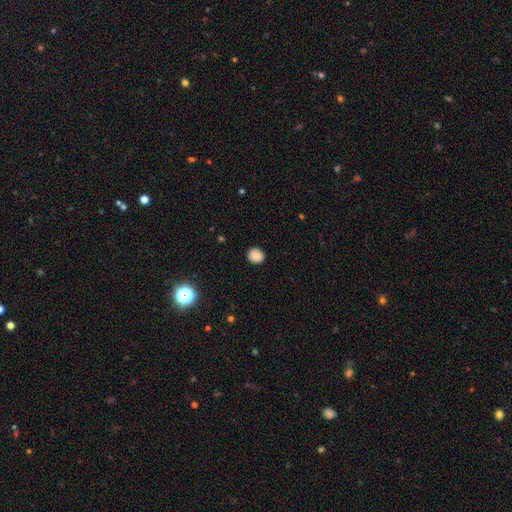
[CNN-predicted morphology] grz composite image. It shows a smooth galaxy with no disk features (87%) that is round (76%). Merging: none (90%).